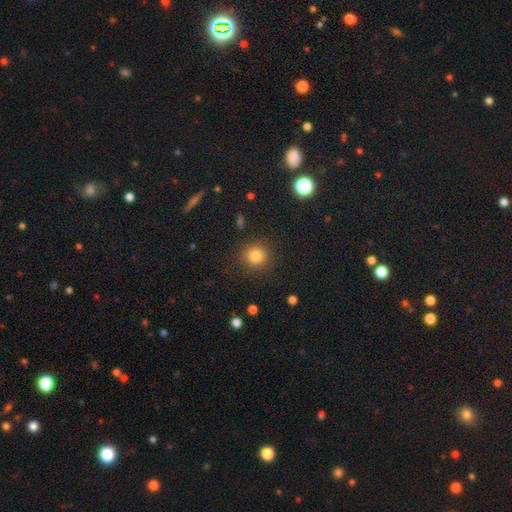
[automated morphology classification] The model was most divided on "smooth or featured": smooth: 82%, star or artifact: 12%, featured or disk: 6%. More confident: how rounded — round (91%); merging — none (89%).